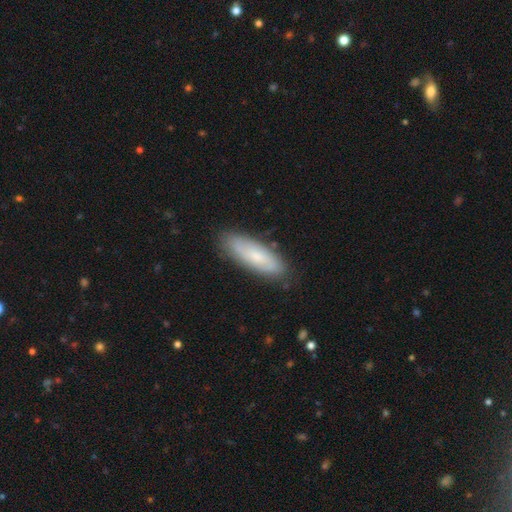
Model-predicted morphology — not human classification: Smooth or featured?
  - smooth: 62% *
  - featured or disk: 31%
  - star or artifact: 7%
How rounded?
  - in between: 56% *
  - cigar-shaped: 42%
  - round: 2%
Merging?
  - none: 81% *
  - minor disturbance: 14%
  - major disturbance: 3%
  - merger: 2%